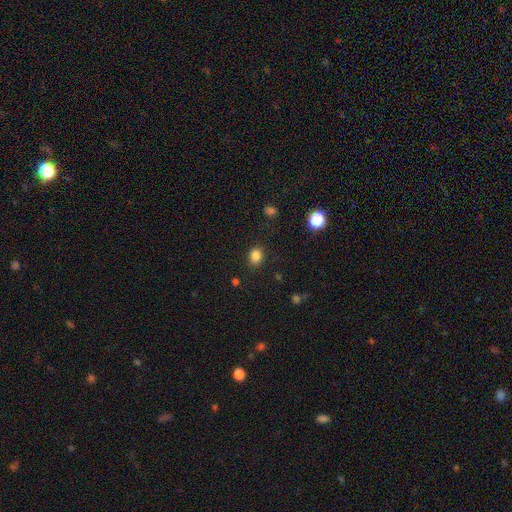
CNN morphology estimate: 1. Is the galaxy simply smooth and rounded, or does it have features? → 84% smooth, 12% star or artifact, 4% featured or disk.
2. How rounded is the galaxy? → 53% round, 46% in between, 1% cigar-shaped.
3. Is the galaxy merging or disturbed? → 86% none, 10% minor disturbance, 3% major disturbance, 1% merger.